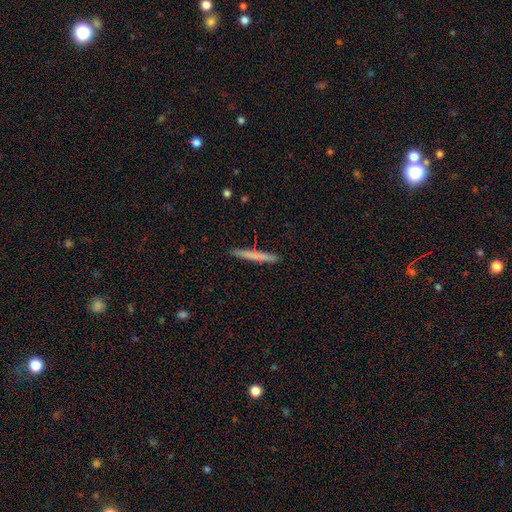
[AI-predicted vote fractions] Overall: smooth (67%). How rounded: cigar-shaped (96%). Merging: none (90%).